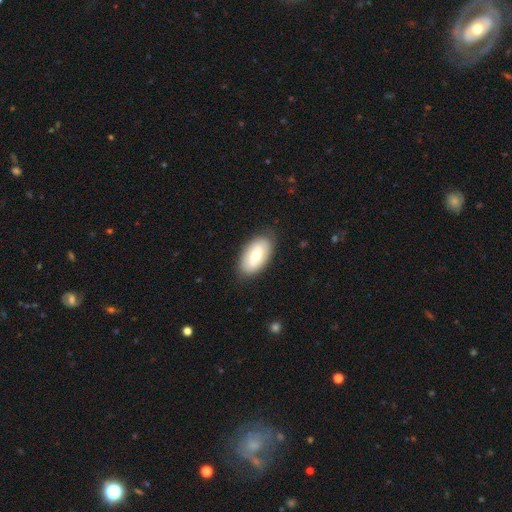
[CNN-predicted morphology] A smooth galaxy with no disk features (61%) that is in between round and cigar-shaped (95%). Merging: none (84%).